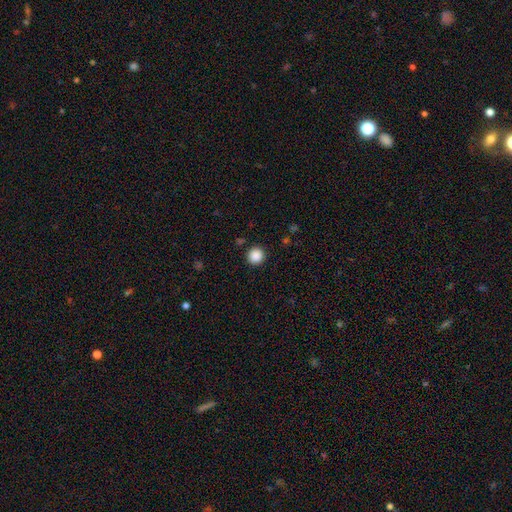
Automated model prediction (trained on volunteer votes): Overall: smooth (87%). How rounded: round (95%). Merging: none (91%).